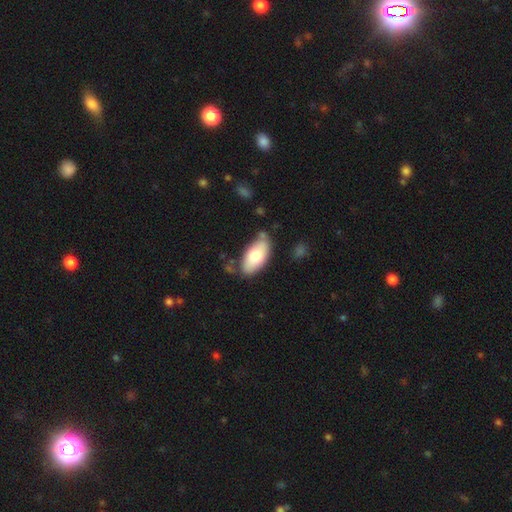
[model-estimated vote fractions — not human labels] The model was most divided on "smooth or featured": smooth: 72%, featured or disk: 22%, star or artifact: 6%. More confident: how rounded — in between (93%); merging — none (71%).